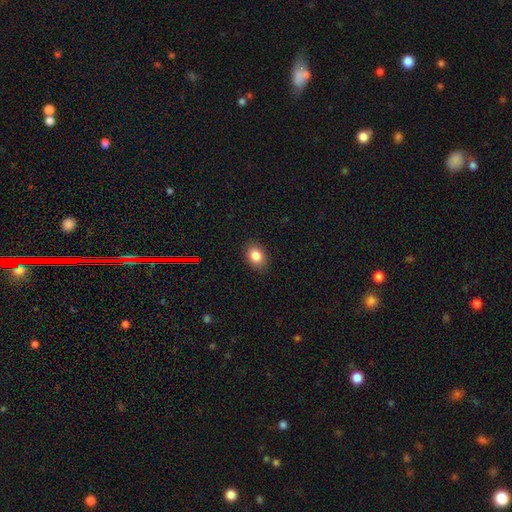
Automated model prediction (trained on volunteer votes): This is clearly a smooth galaxy (85%). How rounded: likely in between (68%). Merging: clearly none (87%).